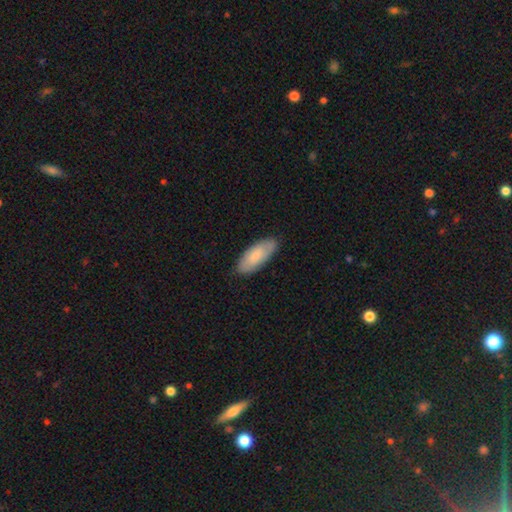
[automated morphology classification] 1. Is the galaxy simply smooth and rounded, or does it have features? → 76% smooth, 19% featured or disk, 5% star or artifact.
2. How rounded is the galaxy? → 83% in between, 16% cigar-shaped, 2% round.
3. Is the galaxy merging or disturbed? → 83% none, 13% minor disturbance, 2% major disturbance, 1% merger.